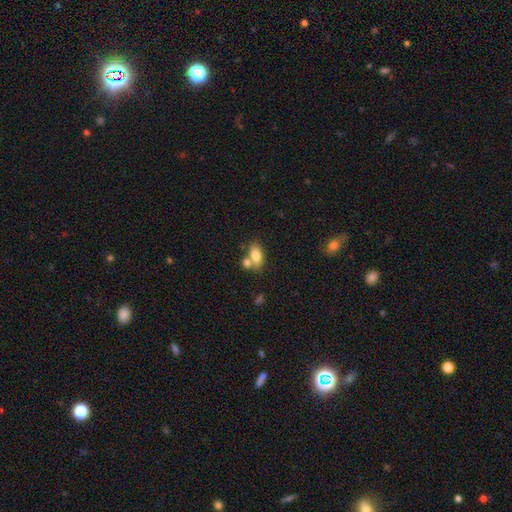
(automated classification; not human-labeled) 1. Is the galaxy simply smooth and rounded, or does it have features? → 77% smooth, 15% featured or disk, 8% star or artifact.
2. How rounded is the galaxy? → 87% in between, 9% round, 4% cigar-shaped.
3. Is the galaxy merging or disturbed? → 44% none, 40% merger, 11% minor disturbance, 4% major disturbance.